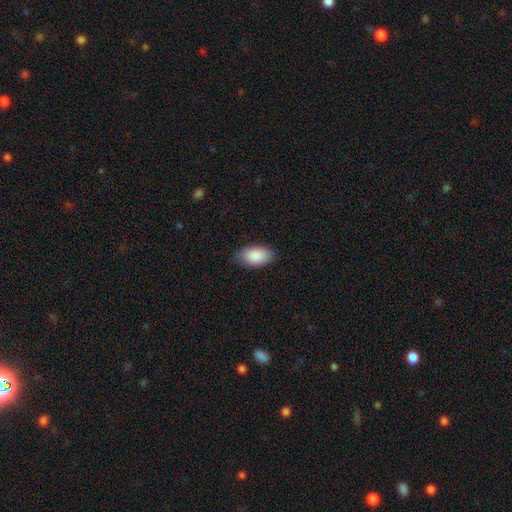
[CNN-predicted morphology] Smooth or featured?
  - smooth: 90% *
  - star or artifact: 6%
  - featured or disk: 4%
How rounded?
  - in between: 95% *
  - round: 3%
  - cigar-shaped: 2%
Merging?
  - none: 84% *
  - minor disturbance: 13%
  - major disturbance: 3%
  - merger: 1%